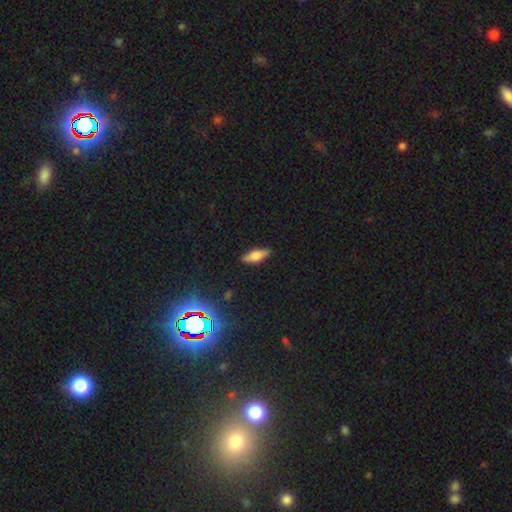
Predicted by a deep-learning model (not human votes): Q: Smooth or featured?
A: smooth (59%); runner-up: featured or disk (32%)
Q: How rounded?
A: in between (57%); runner-up: cigar-shaped (40%)
Q: Merging?
A: none (88%); runner-up: minor disturbance (9%)